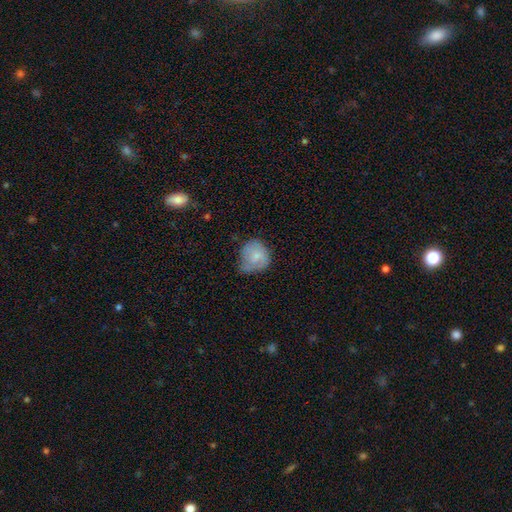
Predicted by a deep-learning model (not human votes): Morphology: type=smooth (66%); roundness=round (77%); merging=none (45%).